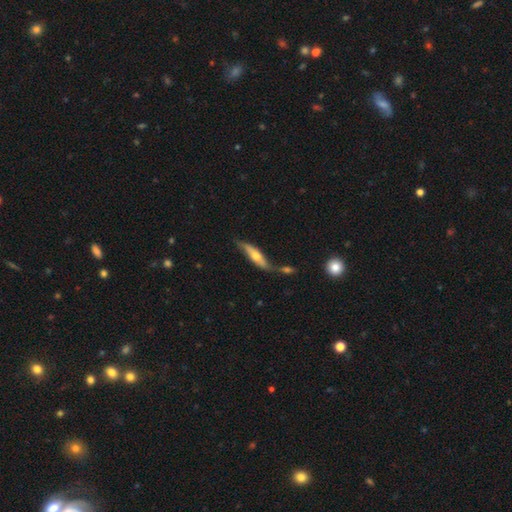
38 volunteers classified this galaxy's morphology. A featured or disk galaxy (55%) viewed edge-on (62%) with a rounded central bulge (77%). Merging: none (37%).